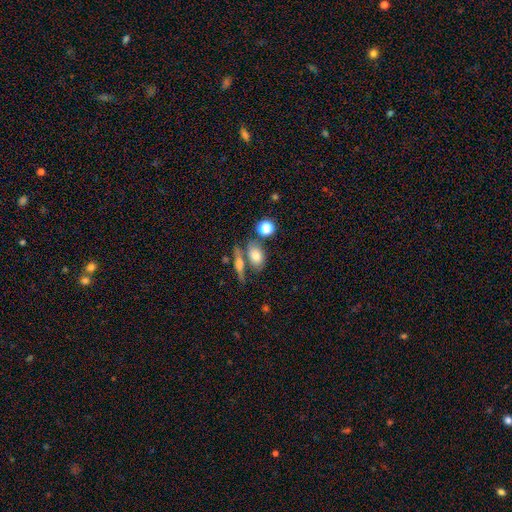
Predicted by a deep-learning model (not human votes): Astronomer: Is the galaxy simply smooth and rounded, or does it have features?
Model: smooth — 67%.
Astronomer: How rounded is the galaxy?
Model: in between — 77%.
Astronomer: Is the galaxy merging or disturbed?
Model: none — 52% (runner-up: merger, 28%).